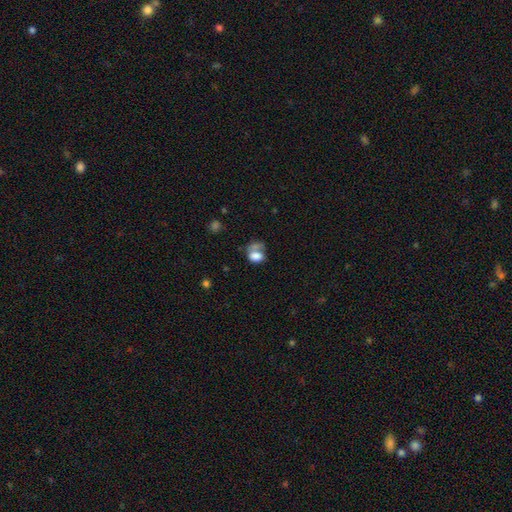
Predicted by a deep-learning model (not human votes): smooth_or_featured: smooth (p=0.72) [alt: featured or disk p=0.16]
how_rounded: in between (p=0.71) [alt: round p=0.27]
merging: merger (p=0.36) [alt: none p=0.29]